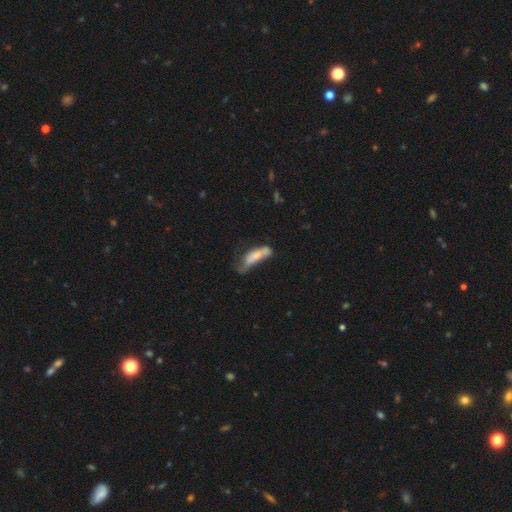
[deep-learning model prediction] A smooth galaxy with no disk features (64%) that is in between round and cigar-shaped (50%). Merging: major disturbance (28%).